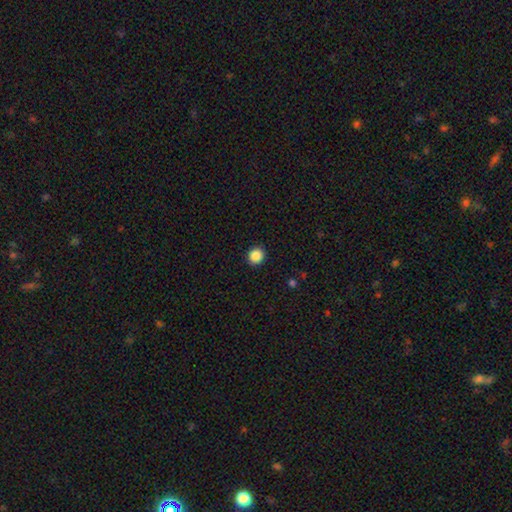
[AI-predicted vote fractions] The model was most divided on "smooth or featured": smooth: 87%, star or artifact: 10%, featured or disk: 3%. More confident: merging — none (93%); how rounded — round (90%).